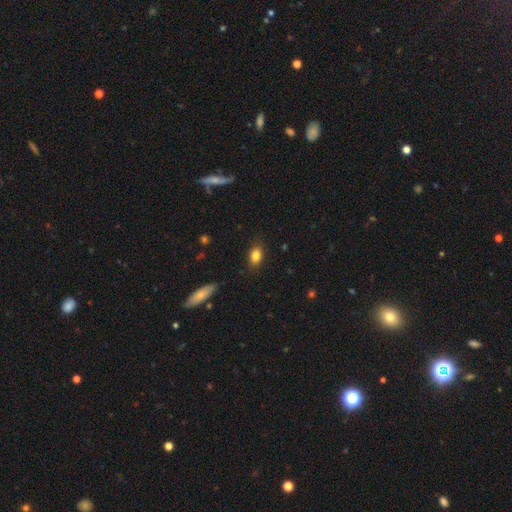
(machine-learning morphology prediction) This is clearly a smooth galaxy (84%). How rounded: clearly in between (83%). Merging: clearly none (85%).